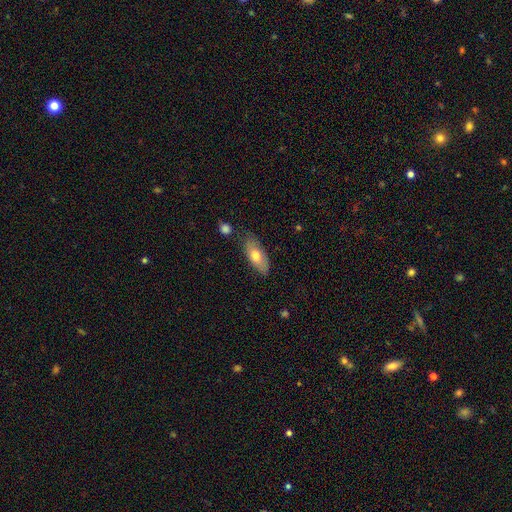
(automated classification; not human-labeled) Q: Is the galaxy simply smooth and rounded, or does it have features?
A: smooth — 70%.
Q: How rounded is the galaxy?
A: in between — 82%.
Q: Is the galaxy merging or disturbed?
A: none — 72%.